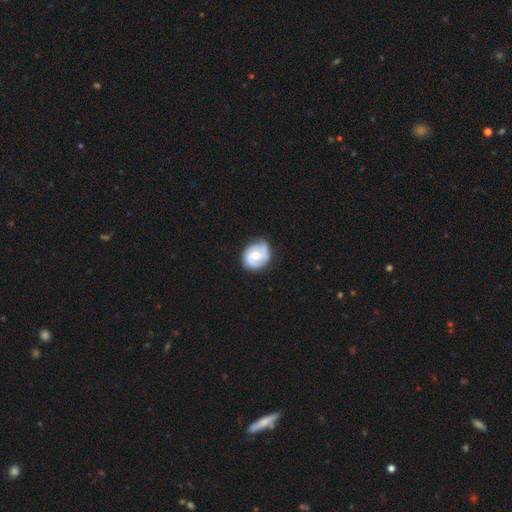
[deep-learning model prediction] Overall: featured or disk (61%; smooth 33%). Edge-on disk: no (98%). Bar: no (69%). Spiral arms: yes (88%). Spiral arm count: 2 (38%; 3 28%). Spiral winding: tight (49%; medium 38%). Bulge size: moderate (56%; small 30%). Merging: none (66%).